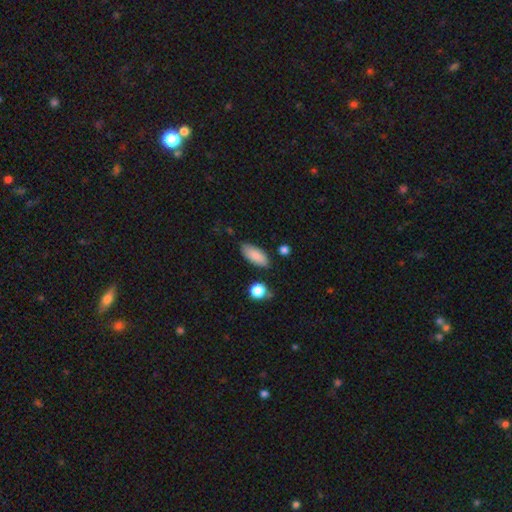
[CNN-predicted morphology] Smooth or featured? Predicted: smooth (p=0.86). How rounded? Predicted: in between (p=0.82). Merging? Predicted: none (p=0.81).